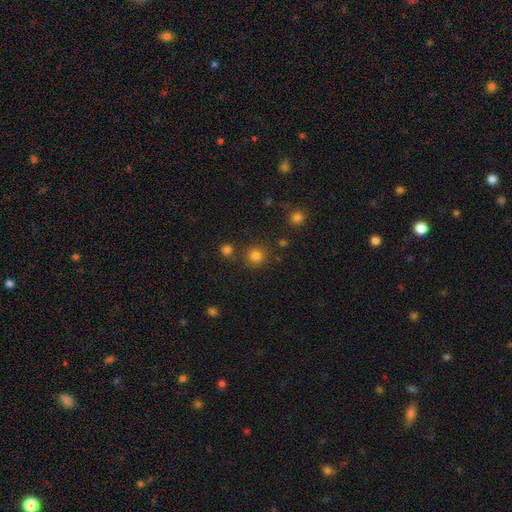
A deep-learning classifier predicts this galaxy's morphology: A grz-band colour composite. It shows a smooth galaxy with no disk features (81%) that is round (93%). Merging: none (85%).